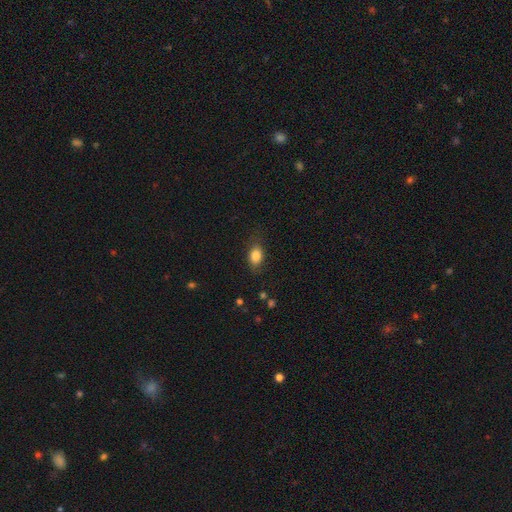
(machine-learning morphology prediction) This appears to be a smooth galaxy with no disk features (83%) that is in between round and cigar-shaped (76%). Merging: none (77%).